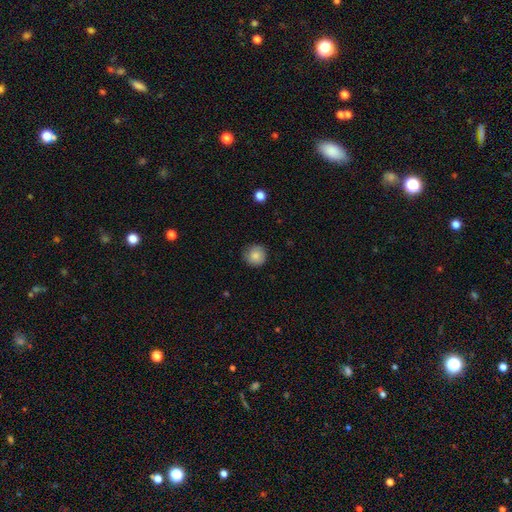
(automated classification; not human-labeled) This appears to be a smooth galaxy with no disk features (84%) that is round (93%). Merging: none (84%).